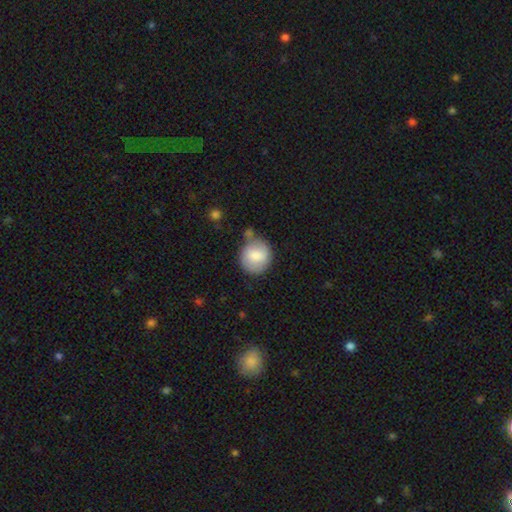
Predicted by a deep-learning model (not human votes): A smooth galaxy with no disk features (79%) that is round (87%). Merging: none (62%).